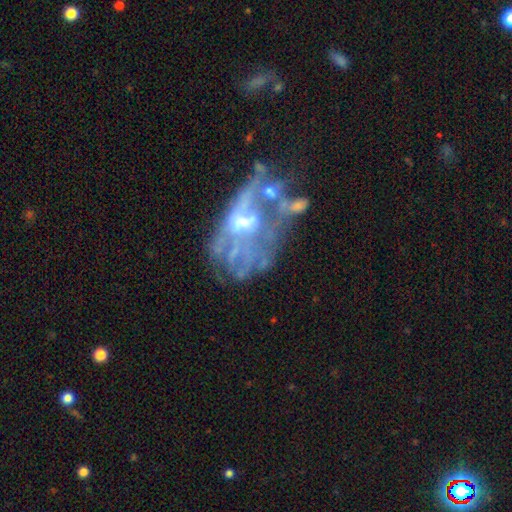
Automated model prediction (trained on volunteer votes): Overall: featured or disk (70%). Edge-on disk: no (96%). Bar: no (75%). Spiral arms: no (75%). Bulge size: none (33%, tied with small). Merging: major disturbance (37%; merger 27%).